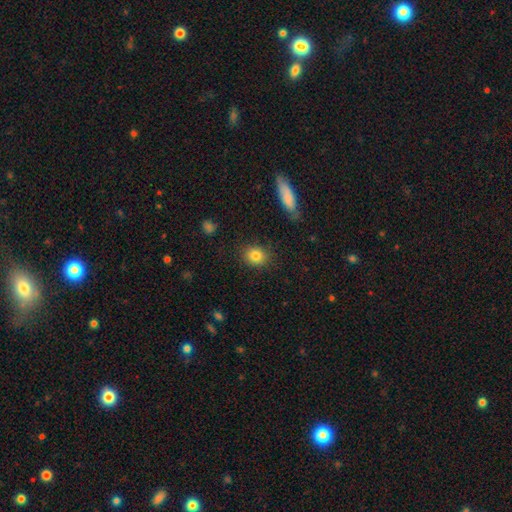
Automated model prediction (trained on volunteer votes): Overall: smooth (82%). How rounded: round (66%; in between 32%). Merging: none (86%).